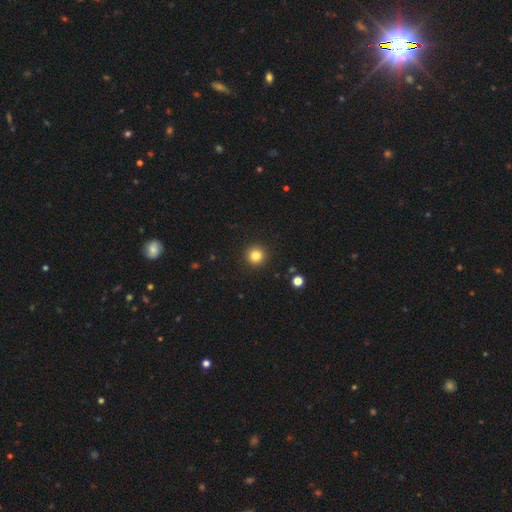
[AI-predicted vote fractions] A smooth galaxy with no disk features (83%) that is round (95%).

Vote fractions:
- Smooth or featured? smooth: 83% / star or artifact: 12% / featured or disk: 6%
- How rounded? round: 95% / in between: 4% / cigar-shaped: 1%
- Merging? none: 93% / minor disturbance: 5% / major disturbance: 2% / merger: 1%